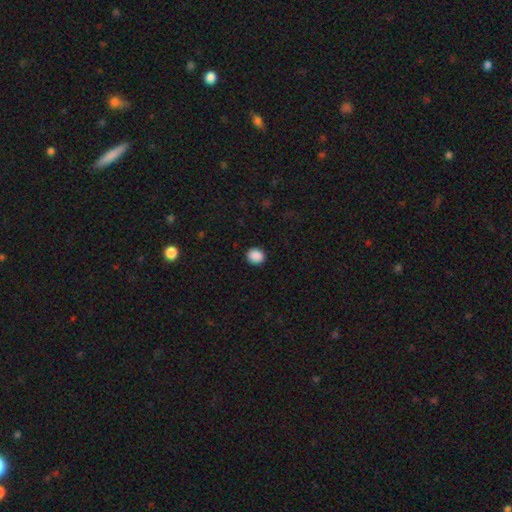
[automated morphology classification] Q: Smooth or featured?
A: smooth (89%); runner-up: star or artifact (9%)
Q: How rounded?
A: round (77%); runner-up: in between (22%)
Q: Merging?
A: none (92%); runner-up: minor disturbance (6%)